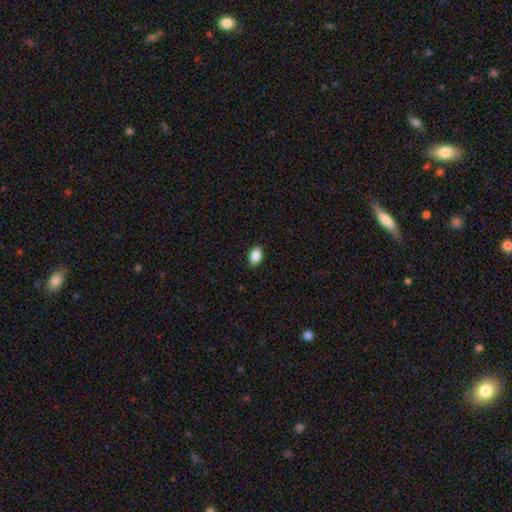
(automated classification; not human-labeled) Smooth or featured? Predicted: smooth (p=0.87). How rounded? Predicted: in between (p=0.88). Merging? Predicted: none (p=0.88).